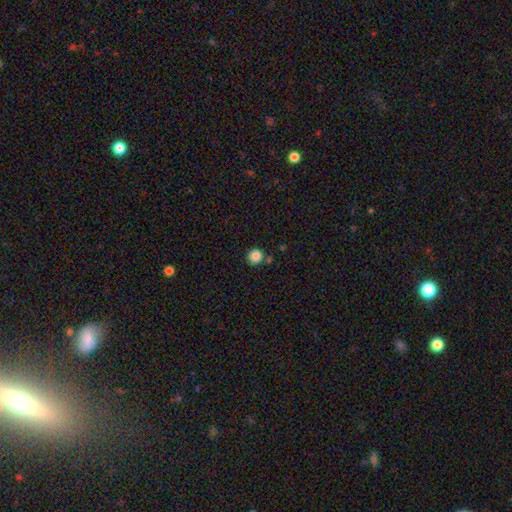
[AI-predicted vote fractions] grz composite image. It shows a smooth galaxy with no disk features (85%) that is round (91%). Merging: none (82%).